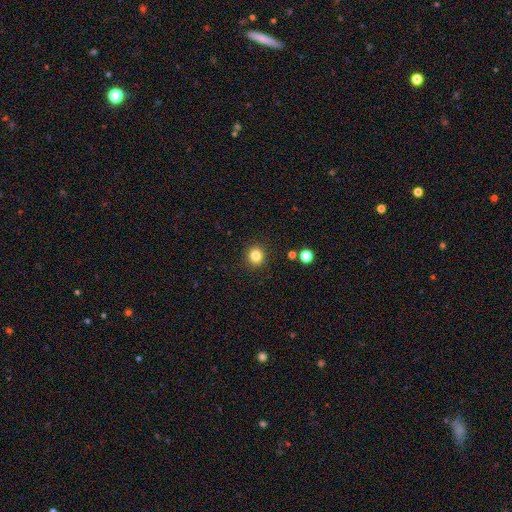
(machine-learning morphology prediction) type=smooth (83%); roundness=round (89%); merging=none (91%).